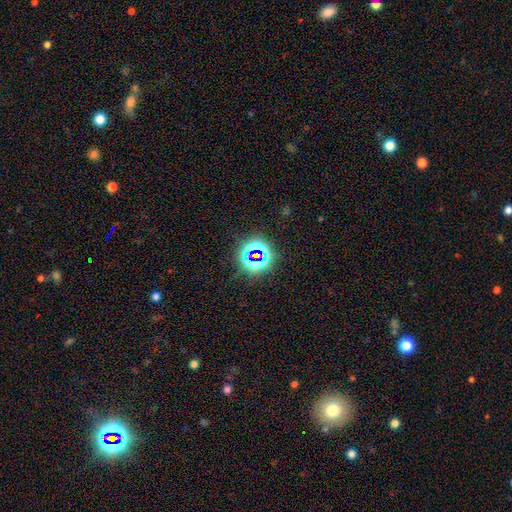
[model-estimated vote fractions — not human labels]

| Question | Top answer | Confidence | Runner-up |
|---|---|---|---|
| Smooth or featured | star or artifact | 72% | smooth (19%) |